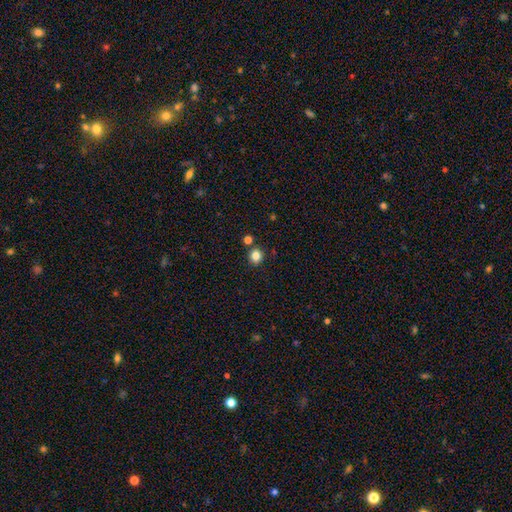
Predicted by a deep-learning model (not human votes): A smooth galaxy with no disk features (82%) that is round (80%).

Vote fractions:
- Smooth or featured? smooth: 82% / star or artifact: 13% / featured or disk: 5%
- How rounded? round: 80% / in between: 19% / cigar-shaped: 1%
- Merging? none: 81% / minor disturbance: 9% / merger: 8% / major disturbance: 2%